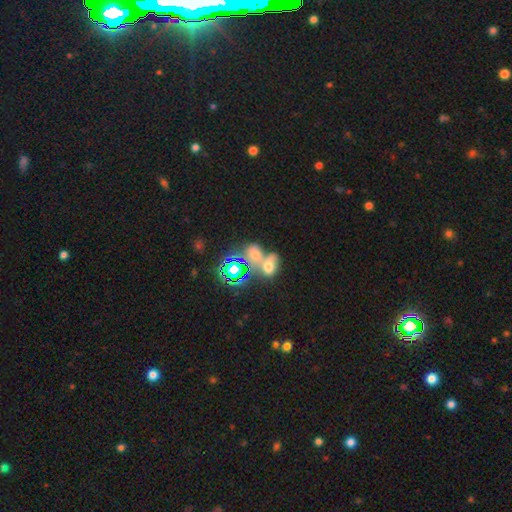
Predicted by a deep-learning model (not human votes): Smooth or featured? star or artifact (44%)